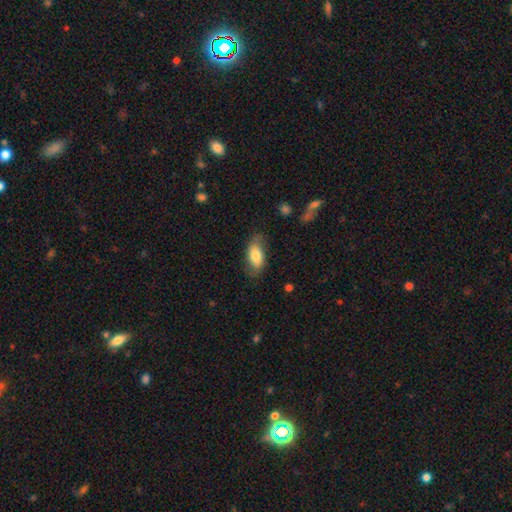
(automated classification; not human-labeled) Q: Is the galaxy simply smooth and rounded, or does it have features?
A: smooth — 75%.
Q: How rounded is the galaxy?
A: in between — 88%.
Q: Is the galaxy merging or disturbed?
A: none — 71%.